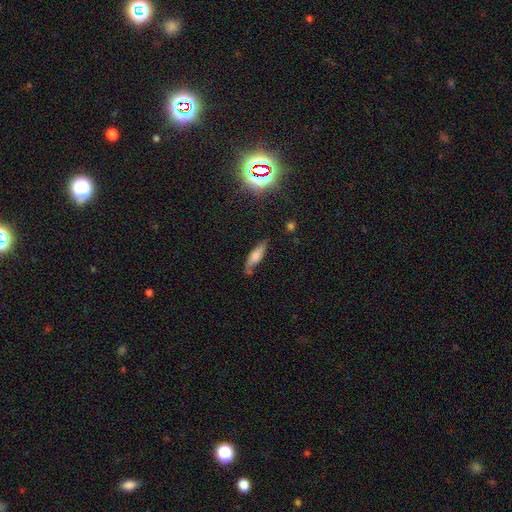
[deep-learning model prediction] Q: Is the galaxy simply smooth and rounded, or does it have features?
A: smooth — 65%.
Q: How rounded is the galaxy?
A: cigar-shaped — 53%.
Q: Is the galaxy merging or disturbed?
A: none — 61%.